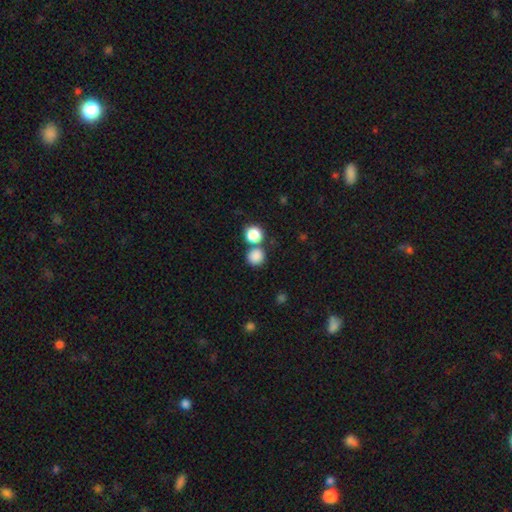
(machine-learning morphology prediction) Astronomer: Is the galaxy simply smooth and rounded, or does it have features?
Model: smooth — 84%.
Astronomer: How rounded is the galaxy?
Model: round — 90%.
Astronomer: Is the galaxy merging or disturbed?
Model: none — 65%.